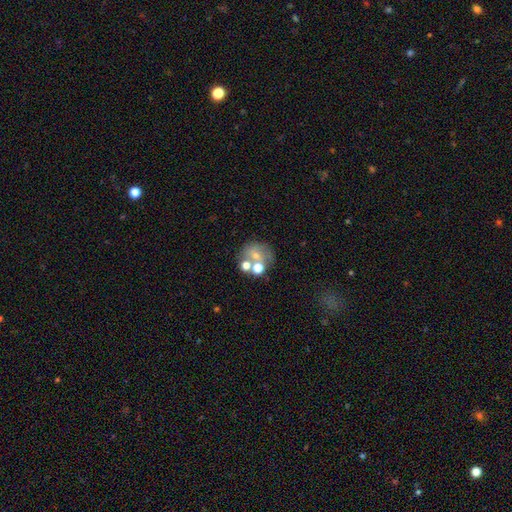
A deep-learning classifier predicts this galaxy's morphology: smooth-or-featured: smooth: 49% | featured or disk: 31% | star or artifact: 20%
  merging: none: 48% | merger: 32% | minor disturbance: 12% | major disturbance: 8%